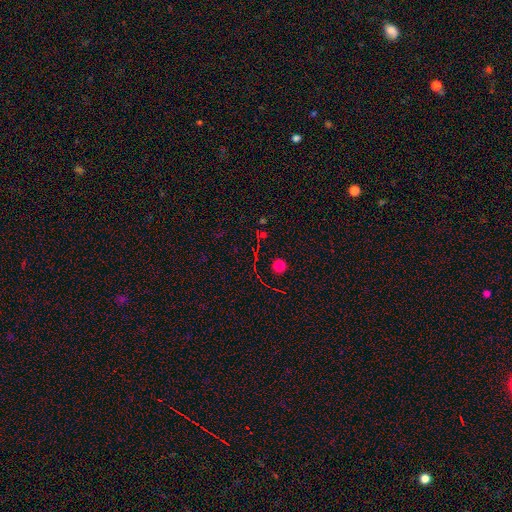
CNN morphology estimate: Smooth or featured? Predicted: star or artifact (p=0.61).